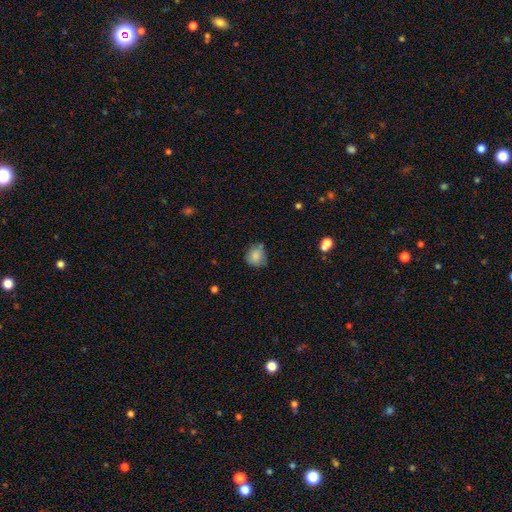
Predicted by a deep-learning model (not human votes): Smooth or featured? Predicted: smooth (p=0.83). How rounded? Predicted: round (p=0.80). Merging? Predicted: none (p=0.63).